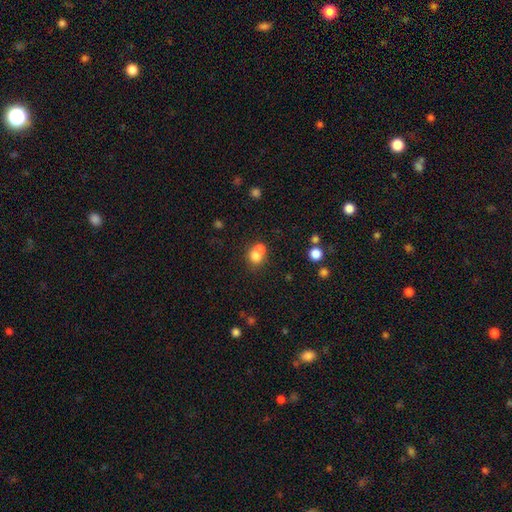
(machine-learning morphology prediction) The model was most divided on "merging": merger: 56%, none: 35%, minor disturbance: 6%, major disturbance: 3%. More confident: how rounded — round (78%); smooth or featured — smooth (72%).